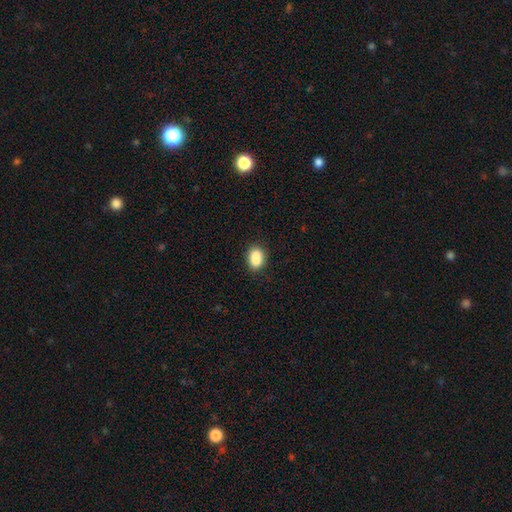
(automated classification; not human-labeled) The model was most divided on "merging": none: 60%, merger: 21%, minor disturbance: 15%, major disturbance: 4%. More confident: smooth or featured — smooth (82%); how rounded — in between (69%).